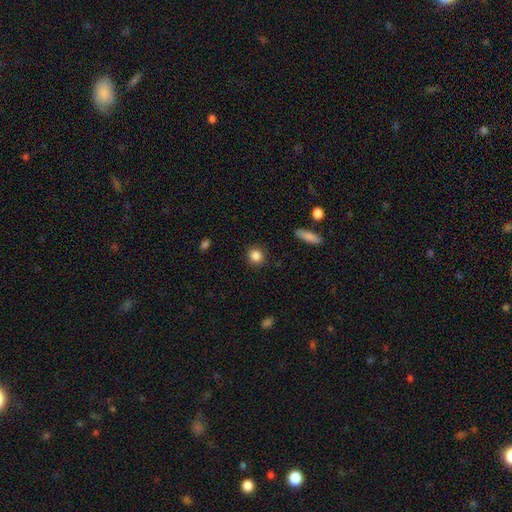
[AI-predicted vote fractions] Morphology: type=smooth (85%); roundness=round (84%); merging=none (88%).